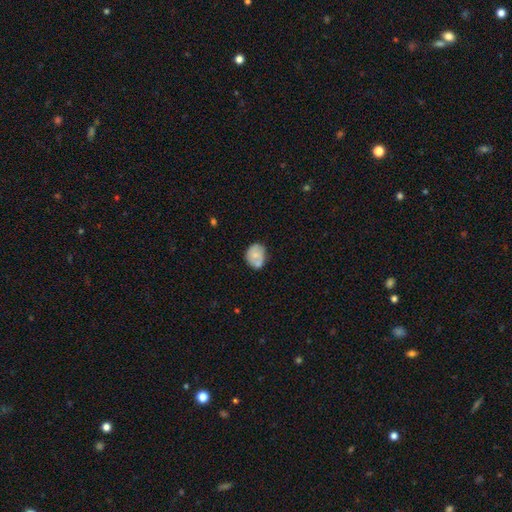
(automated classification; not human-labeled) The model was most divided on "how rounded": round: 50%, in between: 49%, cigar-shaped: 1%. More confident: smooth or featured — smooth (64%); merging — none (51%).